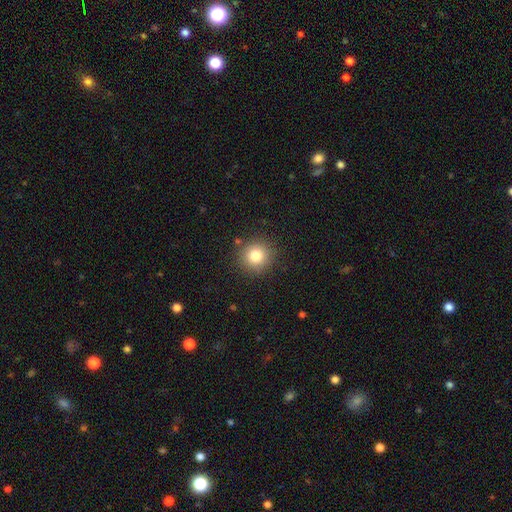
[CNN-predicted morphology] This appears to be a smooth galaxy with no disk features (81%) that is round (92%). Merging: none (88%).